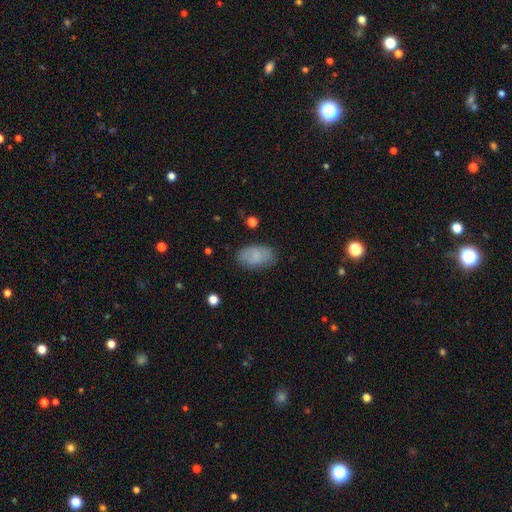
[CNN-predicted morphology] smooth 75%, featured or disk 17%, star or artifact 8%. Down the decision tree: how rounded — in between (93%); merging — none (75%).